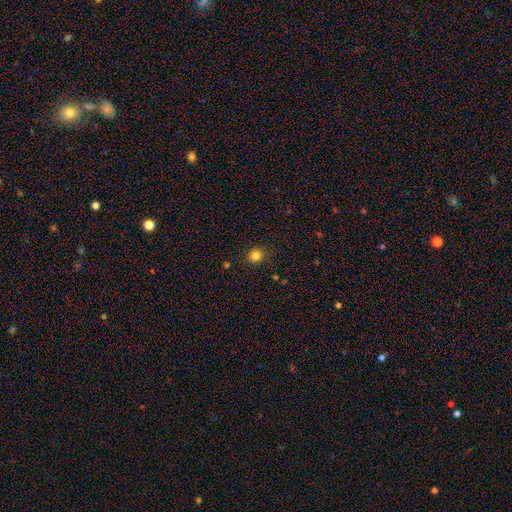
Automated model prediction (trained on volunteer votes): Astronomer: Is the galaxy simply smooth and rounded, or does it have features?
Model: smooth — 82%.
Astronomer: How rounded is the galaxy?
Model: round — 80%.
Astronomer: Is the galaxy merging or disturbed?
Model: none — 89%.